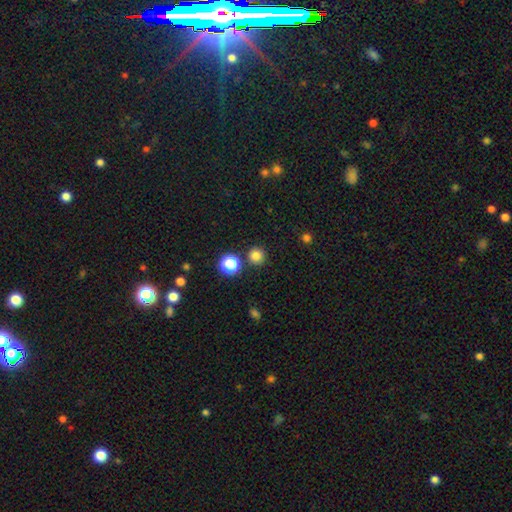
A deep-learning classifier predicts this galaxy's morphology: smooth_or_featured: smooth (p=0.80) [alt: star or artifact p=0.16]
how_rounded: round (p=0.95) [alt: in between p=0.04]
merging: none (p=0.86) [alt: minor disturbance p=0.06]